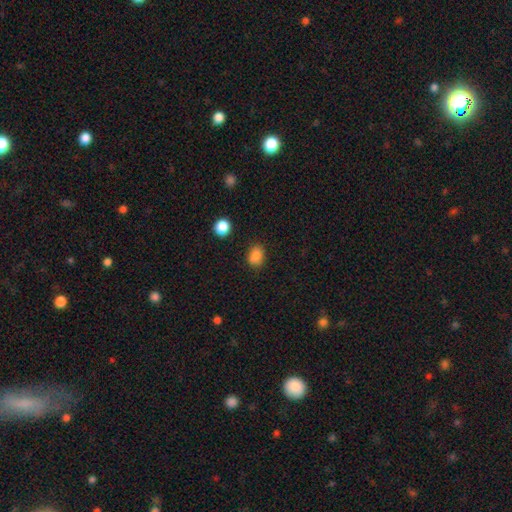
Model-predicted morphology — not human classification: Smooth or featured: smooth — 86% (star or artifact — 11%)
How rounded: in between — 67% (round — 32%)
Merging: none — 82% (minor disturbance — 13%)